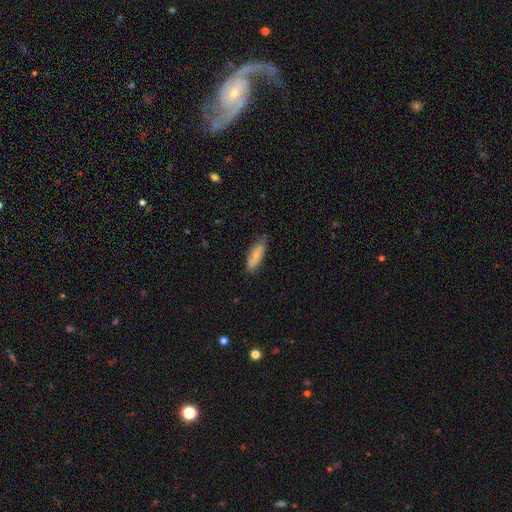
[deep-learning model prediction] smooth 72%, featured or disk 22%, star or artifact 6%. Down the decision tree: how rounded — in between (64%); merging — none (70%).